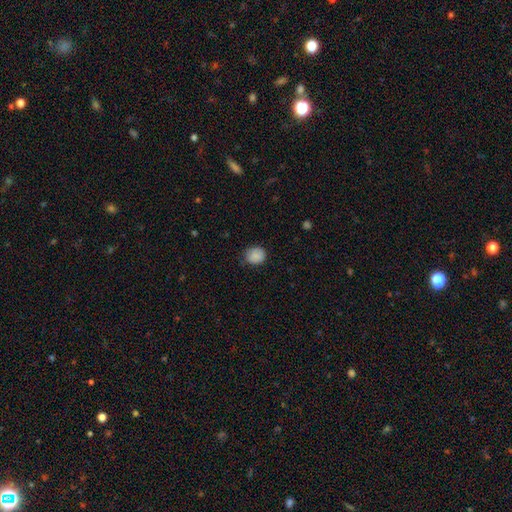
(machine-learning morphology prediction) smooth-or-featured: smooth: 87% | star or artifact: 8% | featured or disk: 5%
  how-rounded: round: 74% | in between: 25% | cigar-shaped: 1%
  merging: none: 72% | minor disturbance: 23% | major disturbance: 4% | merger: 1%